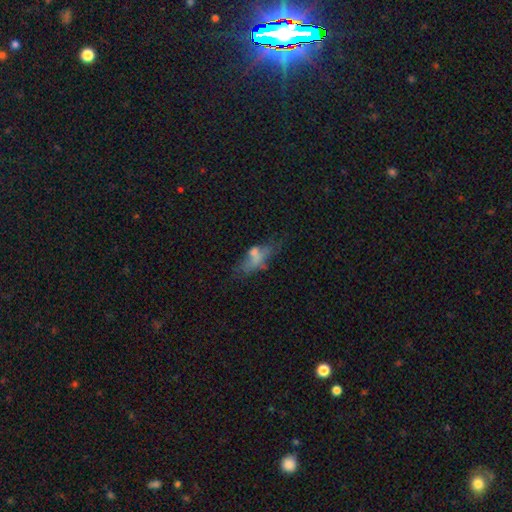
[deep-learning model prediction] A smooth galaxy with no disk features (52%) that is in between round and cigar-shaped (80%). Merging: major disturbance (32%).